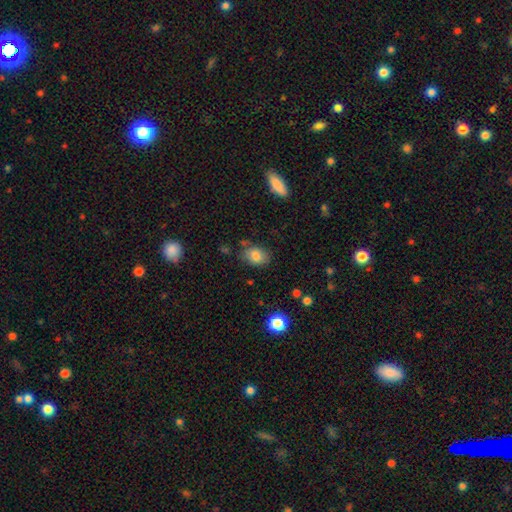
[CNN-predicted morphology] A smooth galaxy with no disk features (80%) that is in between round and cigar-shaped (74%). Merging: none (75%).